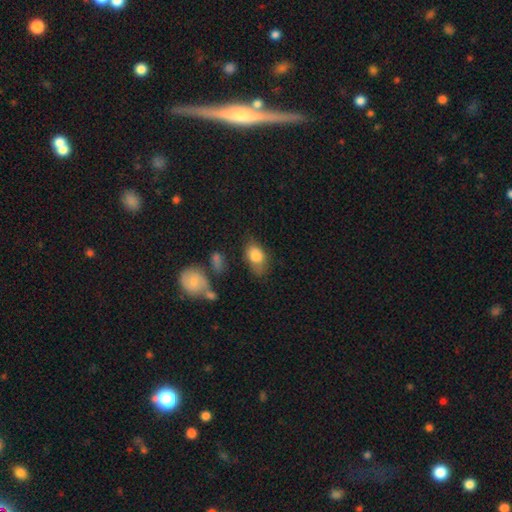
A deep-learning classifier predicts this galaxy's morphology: Smooth or featured? smooth (81%)
How rounded? in between (86%)
Merging? none (54%)